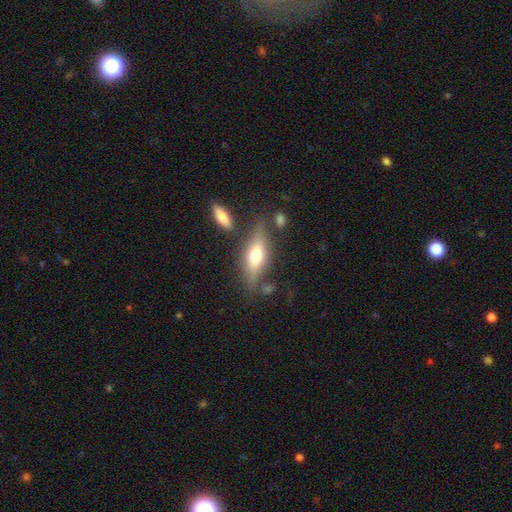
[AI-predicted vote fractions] This is possibly a smooth galaxy (54%). How rounded: likely in between (64%). Merging: likely none (69%).